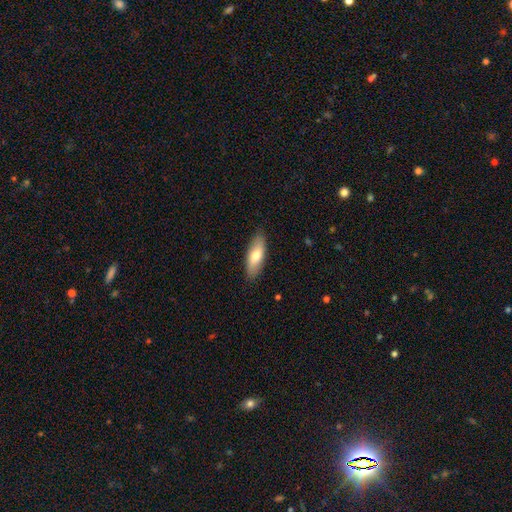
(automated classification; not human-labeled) A smooth galaxy with no disk features (72%) that is in between round and cigar-shaped (72%). Merging: none (86%).